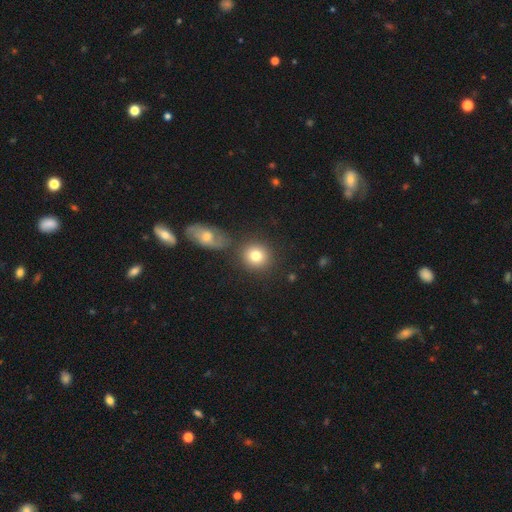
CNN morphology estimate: This is clearly a smooth galaxy (81%). How rounded: clearly round (84%). Merging: likely none (75%).